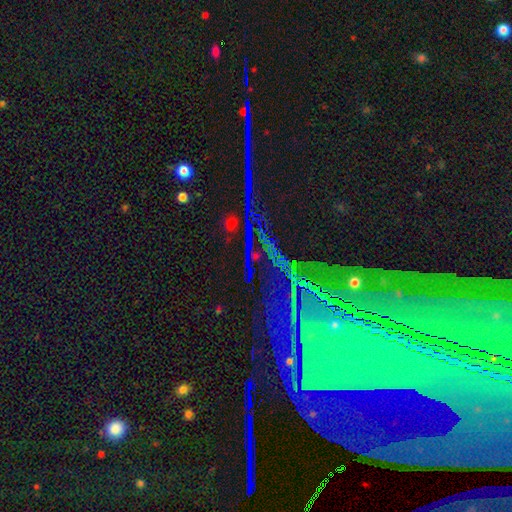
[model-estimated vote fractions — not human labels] Overall: star or artifact (82%).